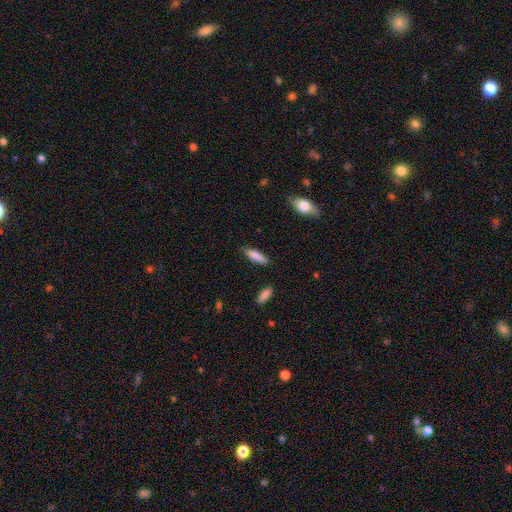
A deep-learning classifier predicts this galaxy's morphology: smooth-or-featured: smooth: 82% | featured or disk: 12% | star or artifact: 6%
  how-rounded: cigar-shaped: 59% | in between: 40% | round: 2%
  merging: none: 82% | minor disturbance: 13% | major disturbance: 2% | merger: 2%